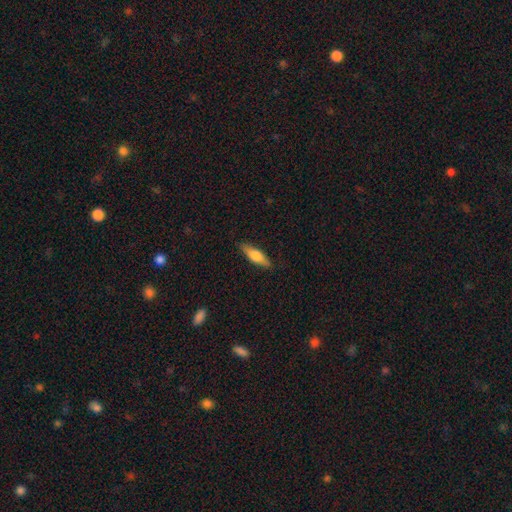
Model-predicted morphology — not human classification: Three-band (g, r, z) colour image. It shows a smooth galaxy with no disk features (58%) that is cigar-shaped (53%). Merging: none (86%).